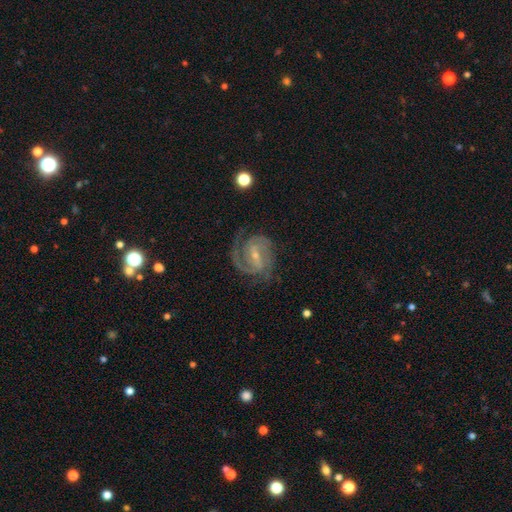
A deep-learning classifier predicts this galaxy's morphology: A featured or disk galaxy (90%) with a weak bar (49%), 2 (71%) medium (46%) spiral arms (98%) and a small central bulge (68%). Merging: none (73%).